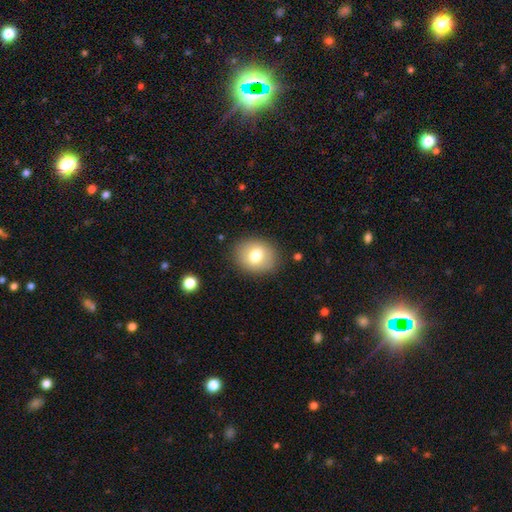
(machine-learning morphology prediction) Q: Smooth or featured?
A: smooth (74%); runner-up: featured or disk (17%)
Q: How rounded?
A: round (58%); runner-up: in between (41%)
Q: Merging?
A: none (86%); runner-up: minor disturbance (10%)